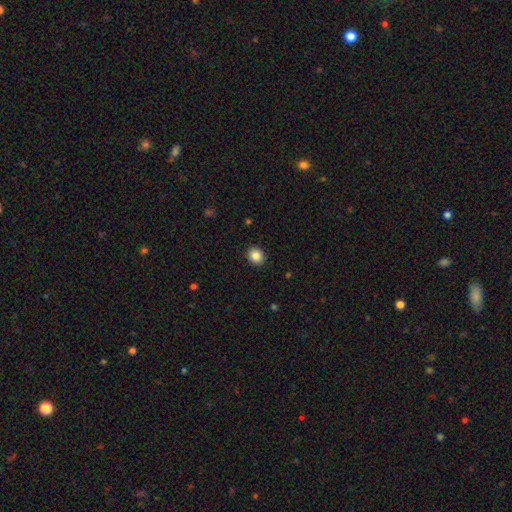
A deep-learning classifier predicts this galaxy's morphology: A smooth galaxy with no disk features (87%) that is round (76%). Merging: none (91%).